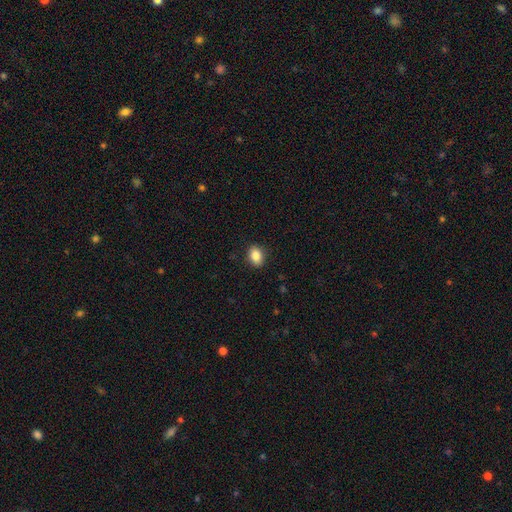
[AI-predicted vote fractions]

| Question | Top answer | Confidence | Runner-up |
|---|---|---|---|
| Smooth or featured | smooth | 85% | star or artifact (9%) |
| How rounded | in between | 72% | round (27%) |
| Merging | none | 89% | minor disturbance (8%) |